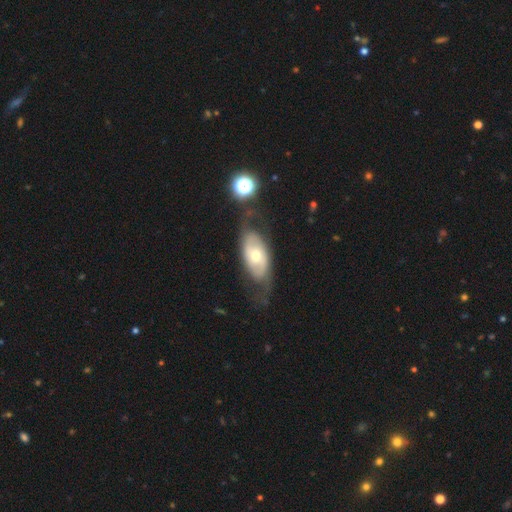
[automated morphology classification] This appears to be a featured or disk galaxy (57%) with no bar (74%), no spiral arms (50%, tied with yes) and a moderate central bulge (62%). Merging: none (62%).